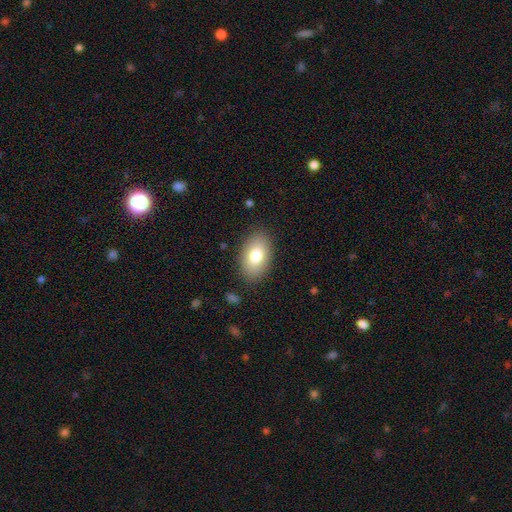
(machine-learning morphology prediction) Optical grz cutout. It shows a smooth galaxy with no disk features (78%) that is in between round and cigar-shaped (91%). Merging: none (85%).